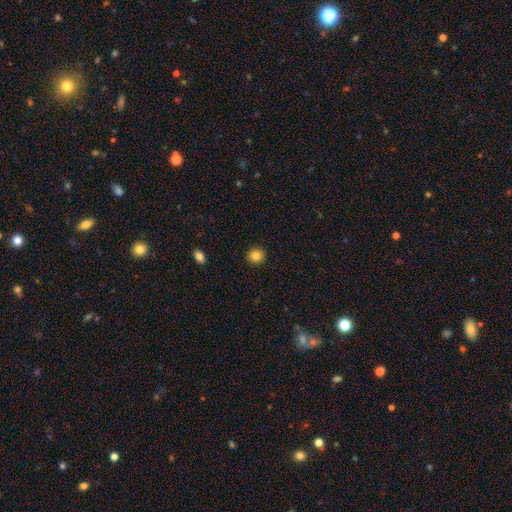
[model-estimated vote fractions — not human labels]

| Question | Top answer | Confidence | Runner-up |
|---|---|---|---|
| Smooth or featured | smooth | 84% | star or artifact (11%) |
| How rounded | round | 89% | in between (10%) |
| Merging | none | 92% | minor disturbance (6%) |